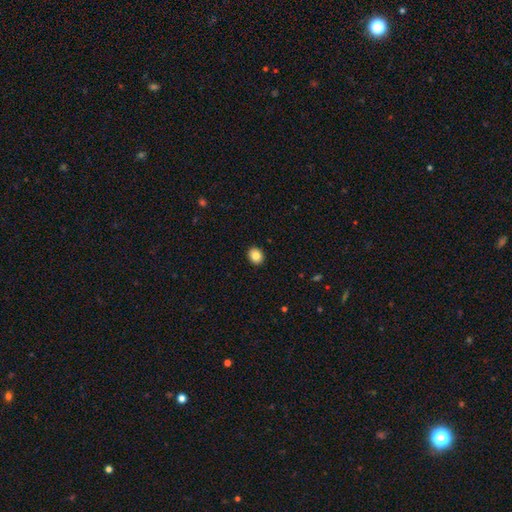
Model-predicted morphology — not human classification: The model was most divided on "how rounded": round: 64%, in between: 35%, cigar-shaped: 1%. More confident: merging — none (92%); smooth or featured — smooth (85%).